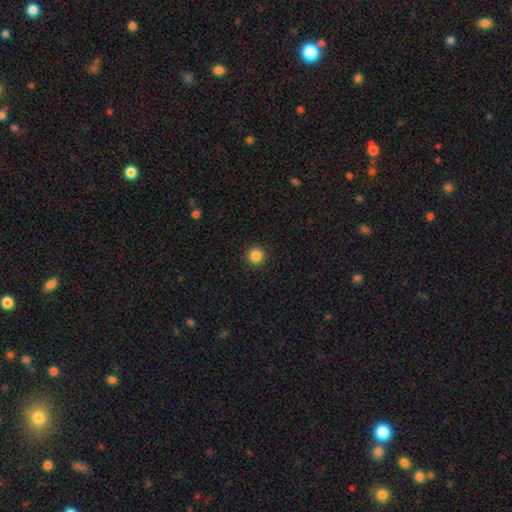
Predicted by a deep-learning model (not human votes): The model was most divided on "smooth or featured": smooth: 86%, star or artifact: 11%, featured or disk: 3%. More confident: how rounded — round (95%); merging — none (93%).